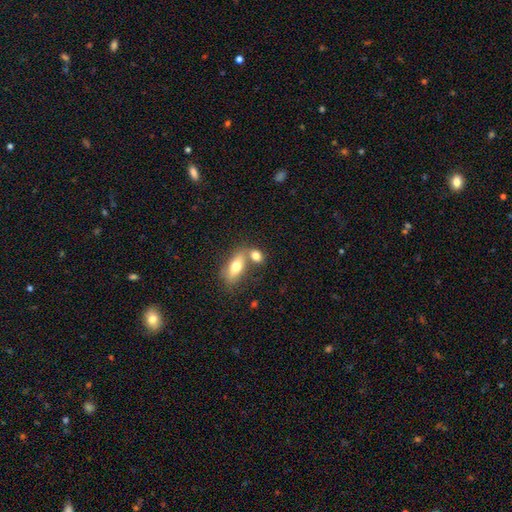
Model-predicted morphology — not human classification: smooth-or-featured: smooth: 77% | featured or disk: 15% | star or artifact: 8%
  how-rounded: in between: 74% | round: 17% | cigar-shaped: 10%
  merging: none: 45% | merger: 41% | minor disturbance: 10% | major disturbance: 4%